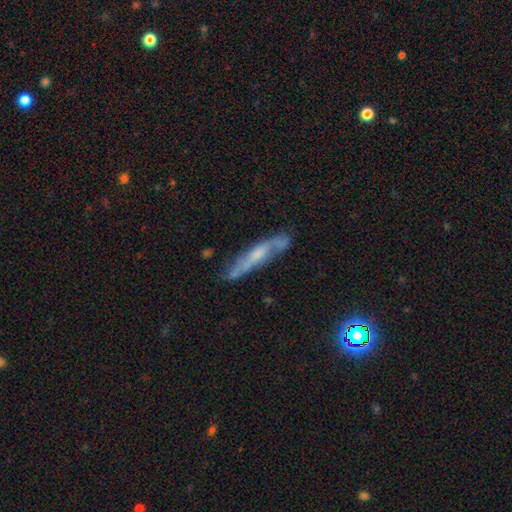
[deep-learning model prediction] Morphology: type=featured or disk (59%); edge-on=yes (62%); merging=none (64%).